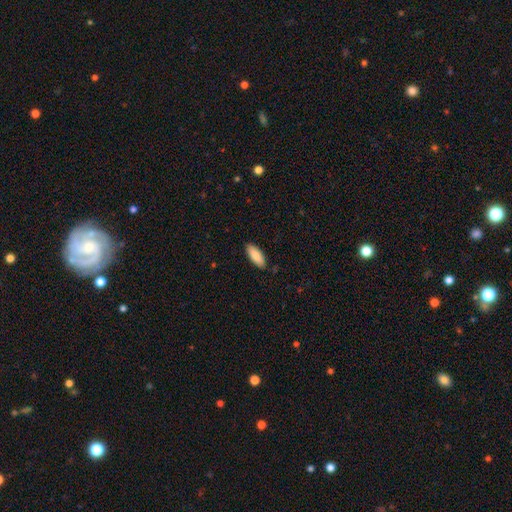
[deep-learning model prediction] Q: Smooth or featured?
A: smooth (87%); runner-up: featured or disk (7%)
Q: How rounded?
A: in between (78%); runner-up: cigar-shaped (20%)
Q: Merging?
A: none (88%); runner-up: minor disturbance (9%)